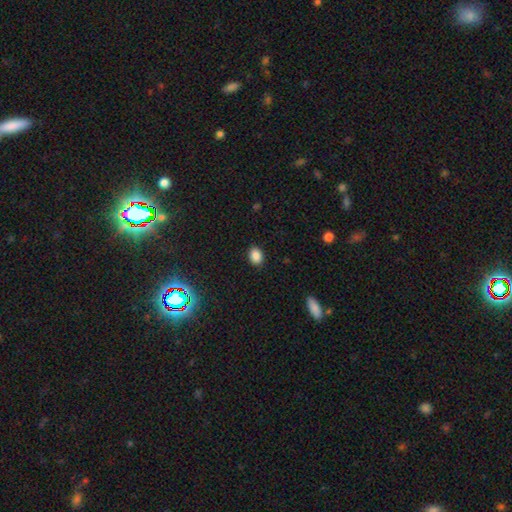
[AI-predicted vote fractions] Smooth or featured: smooth — 87% (star or artifact — 10%)
How rounded: in between — 65% (round — 34%)
Merging: none — 88% (minor disturbance — 8%)